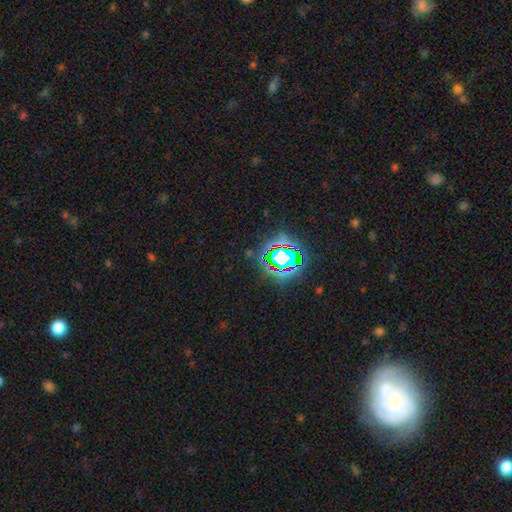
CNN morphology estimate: smooth_or_featured: star or artifact (p=0.77) [alt: smooth p=0.14]